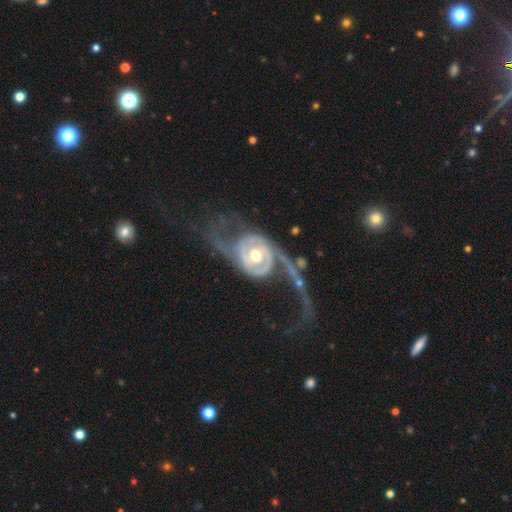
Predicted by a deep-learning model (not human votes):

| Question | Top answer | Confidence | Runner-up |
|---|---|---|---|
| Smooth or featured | featured or disk | 87% | smooth (9%) |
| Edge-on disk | no | 96% | yes (4%) |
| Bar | no | 55% | weak (30%) |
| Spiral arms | yes | 88% | no (12%) |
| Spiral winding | loose | 48% | medium (32%) |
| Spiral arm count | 2 | 82% | can't tell (6%) |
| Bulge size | moderate | 75% | large (15%) |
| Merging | major disturbance | 40% | none (37%) |